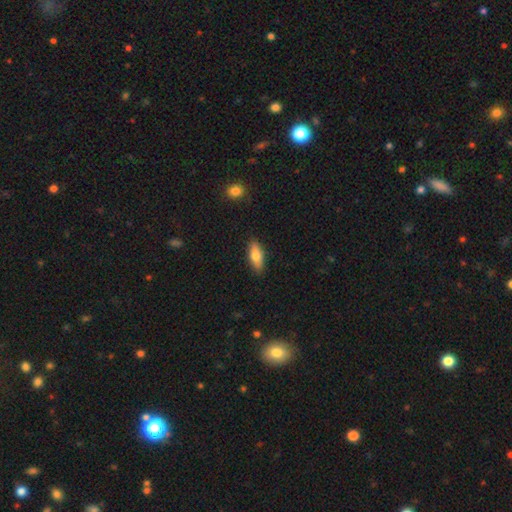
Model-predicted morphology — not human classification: The model was most divided on "how rounded": in between: 68%, cigar-shaped: 29%, round: 3%. More confident: merging — none (88%); smooth or featured — smooth (71%).